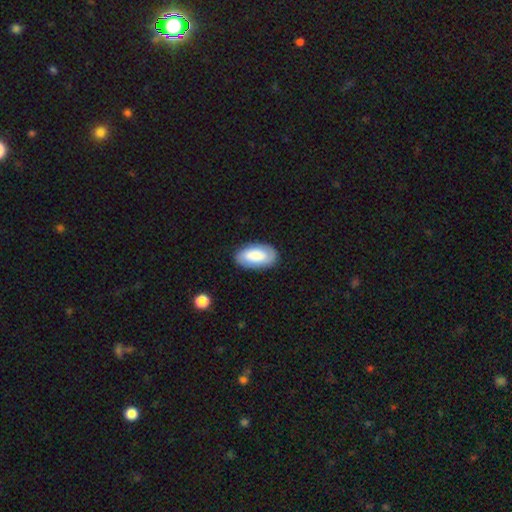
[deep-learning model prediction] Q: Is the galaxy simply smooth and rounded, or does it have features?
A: smooth — 73%.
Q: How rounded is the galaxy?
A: in between — 95%.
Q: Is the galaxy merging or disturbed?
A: none — 85%.